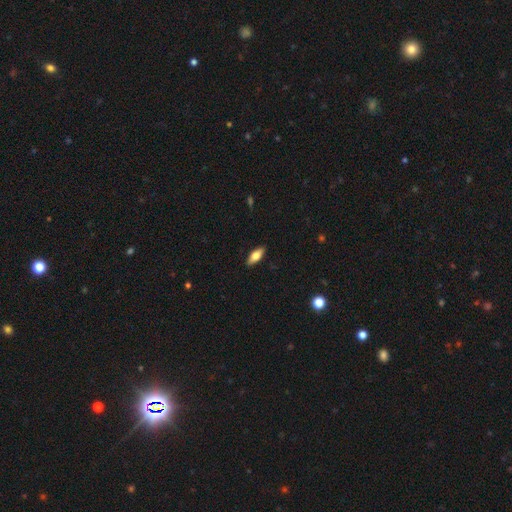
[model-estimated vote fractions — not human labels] A smooth galaxy with no disk features (69%) that is in between round and cigar-shaped (76%). Merging: none (89%).